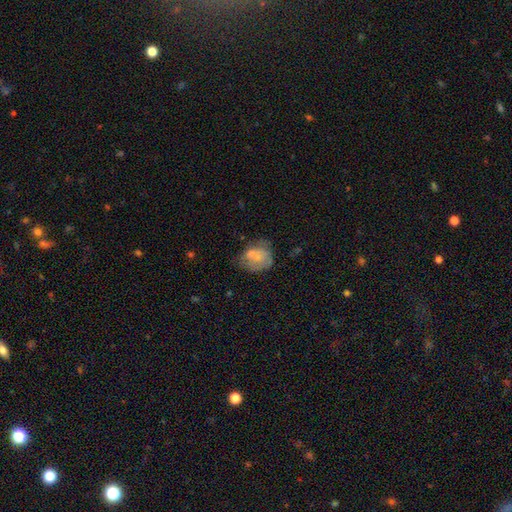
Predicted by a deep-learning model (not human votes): Smooth or featured? smooth (60%)
How rounded? round (53%)
Merging? none (38%)